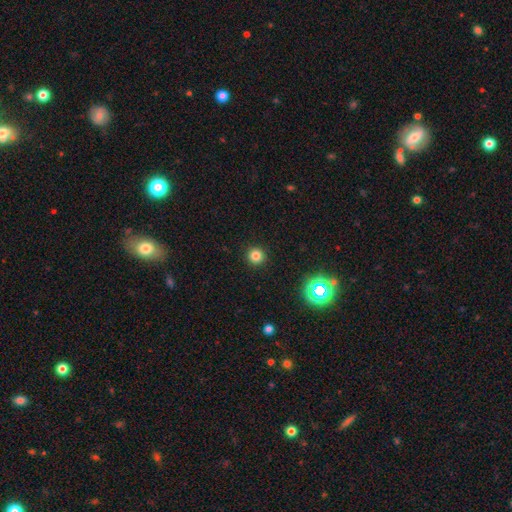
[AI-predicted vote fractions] This is clearly a smooth galaxy (80%). How rounded: clearly round (96%). Merging: clearly none (93%).